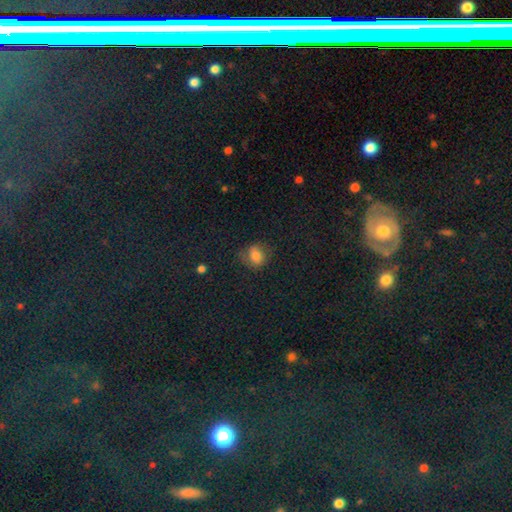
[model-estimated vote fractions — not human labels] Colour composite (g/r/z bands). It shows a smooth galaxy with no disk features (74%) that is round (57%). Merging: none (67%).